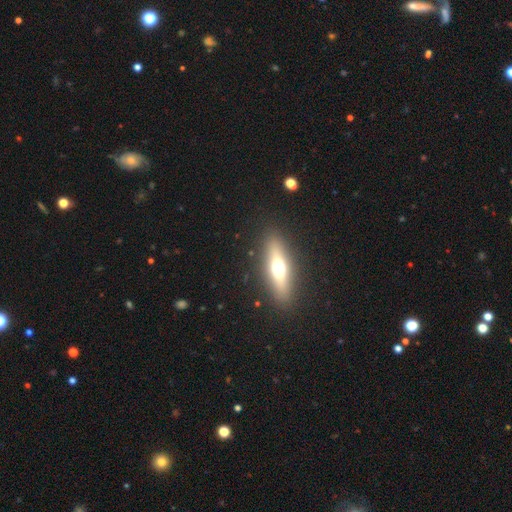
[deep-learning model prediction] smooth_or_featured: featured or disk (p=0.51) [alt: smooth p=0.37]
disk_edge_on: yes (p=0.83) [alt: no p=0.17]
merging: none (p=0.88) [alt: minor disturbance p=0.08]